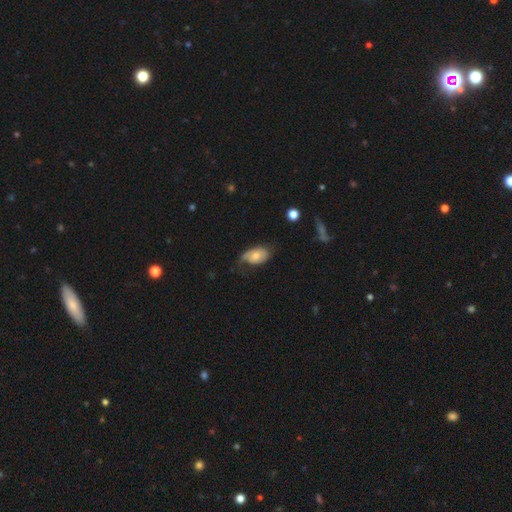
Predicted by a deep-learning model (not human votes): Smooth or featured? Predicted: smooth (p=0.56). How rounded? Predicted: in between (p=0.90). Merging? Predicted: none (p=0.40).